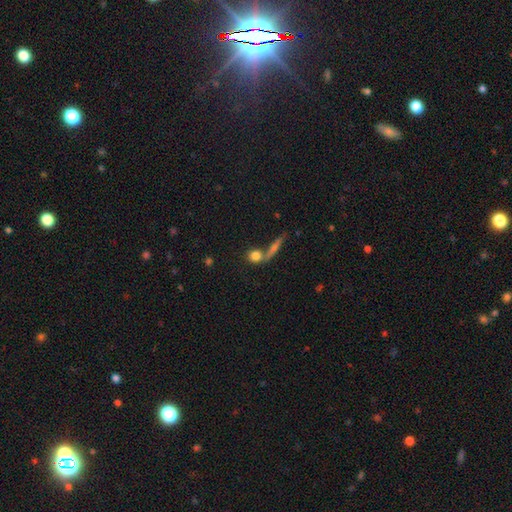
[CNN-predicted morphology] A smooth galaxy with no disk features (77%) that is round (73%).

Vote fractions:
- Smooth or featured? smooth: 77% / featured or disk: 13% / star or artifact: 10%
- How rounded? round: 73% / in between: 18% / cigar-shaped: 9%
- Merging? none: 53% / merger: 31% / minor disturbance: 10% / major disturbance: 6%